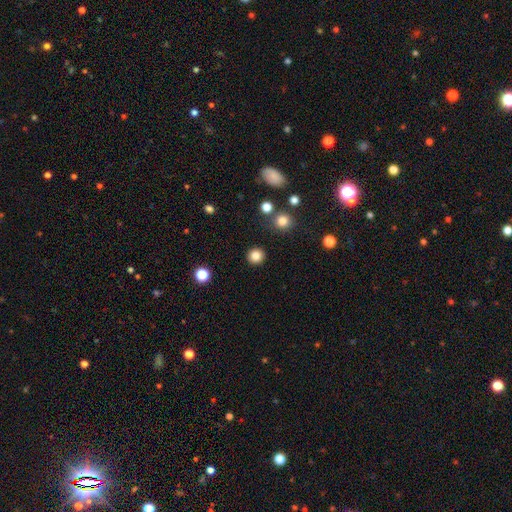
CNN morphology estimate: type=smooth (84%); roundness=round (93%); merging=none (91%).